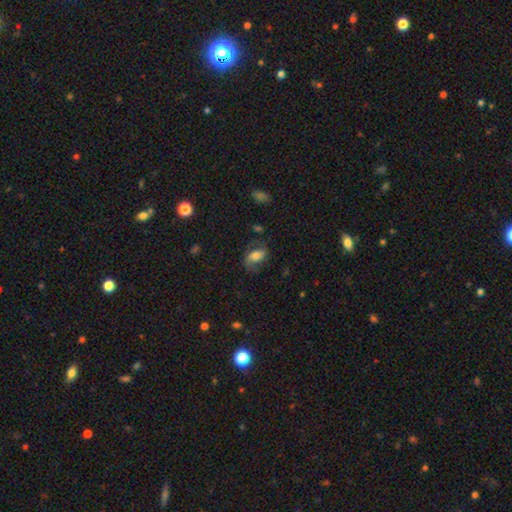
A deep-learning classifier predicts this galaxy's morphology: This appears to be a featured or disk galaxy (49%). Merging: none (64%).